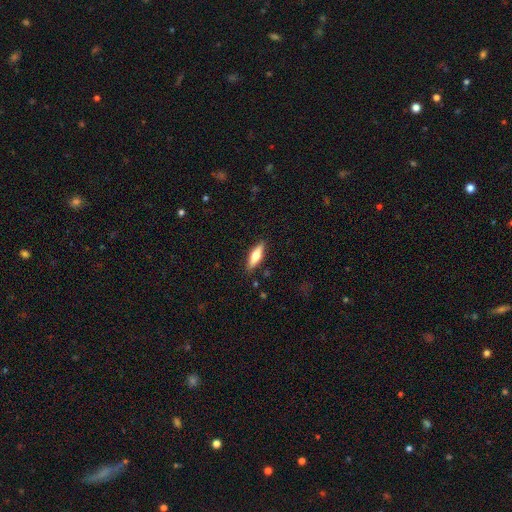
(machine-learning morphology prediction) type=smooth (59%); roundness=cigar-shaped (52%); merging=none (87%).